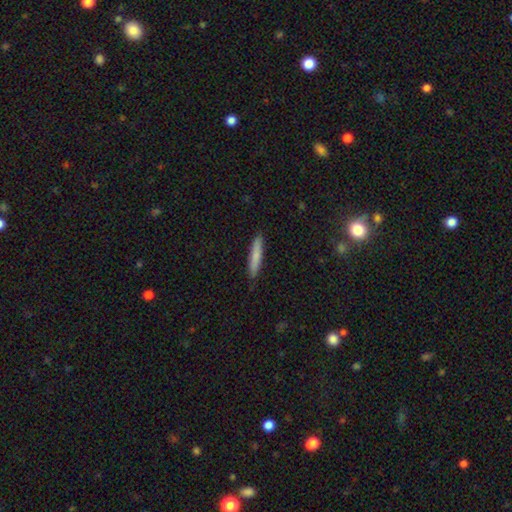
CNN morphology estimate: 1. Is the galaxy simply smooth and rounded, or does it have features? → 78% smooth, 16% featured or disk, 6% star or artifact.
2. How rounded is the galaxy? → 92% cigar-shaped, 7% in between, 1% round.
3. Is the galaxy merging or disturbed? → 87% none, 10% minor disturbance, 2% major disturbance, 1% merger.